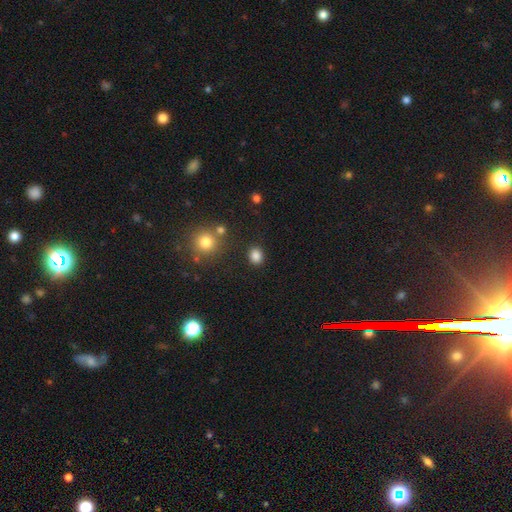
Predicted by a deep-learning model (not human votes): smooth-or-featured: smooth: 85% | star or artifact: 11% | featured or disk: 4%
  how-rounded: round: 60% | in between: 39% | cigar-shaped: 1%
  merging: none: 86% | minor disturbance: 8% | merger: 3% | major disturbance: 3%